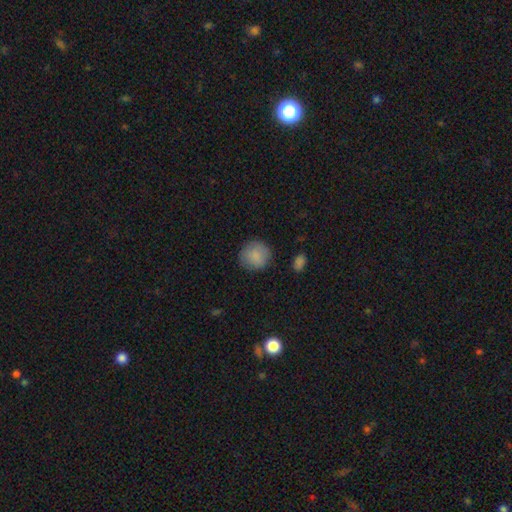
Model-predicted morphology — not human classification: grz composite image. It shows a smooth galaxy with no disk features (86%) that is round (91%). Merging: none (84%).